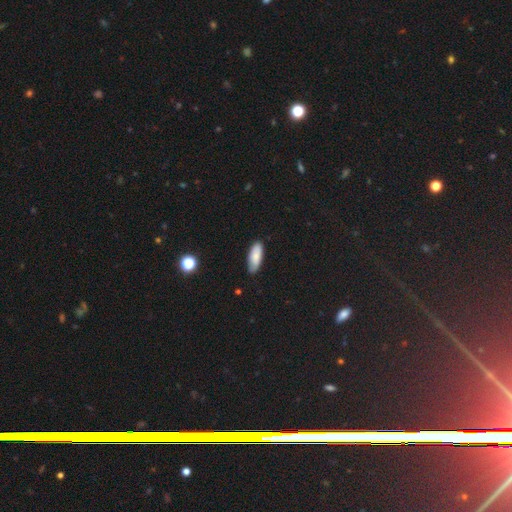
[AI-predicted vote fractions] Overall: smooth (80%). How rounded: in between (76%). Merging: none (81%).